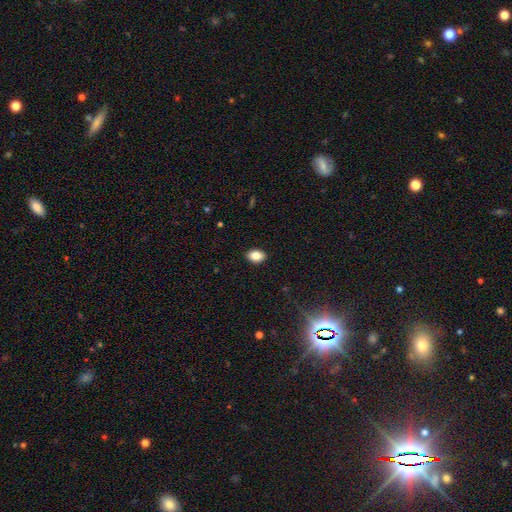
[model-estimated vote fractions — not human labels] smooth-or-featured: smooth: 84% | star or artifact: 9% | featured or disk: 7%
  how-rounded: in between: 81% | round: 18% | cigar-shaped: 1%
  merging: none: 90% | minor disturbance: 7% | major disturbance: 2% | merger: 1%